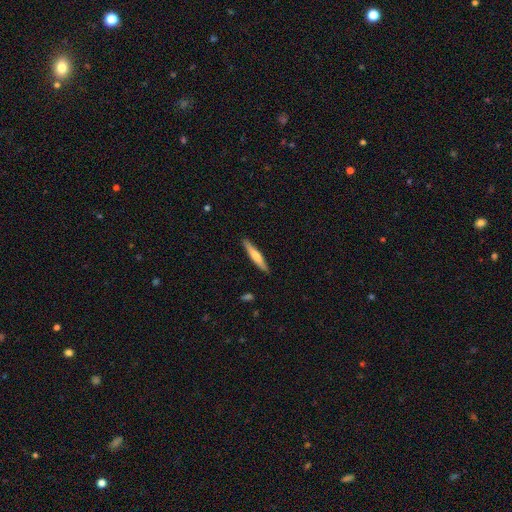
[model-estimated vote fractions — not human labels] Morphology: type=smooth (58%); roundness=cigar-shaped (92%); merging=none (89%).